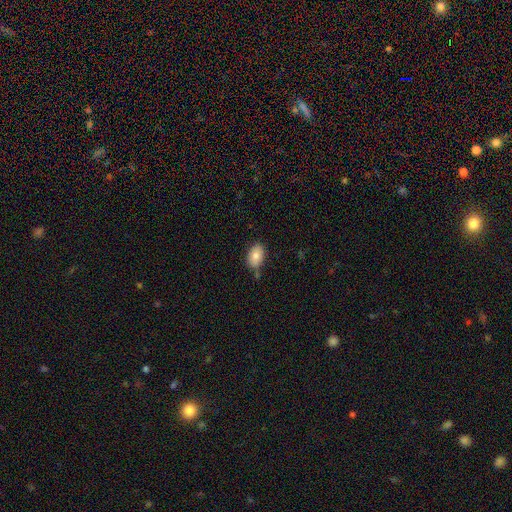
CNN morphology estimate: This is clearly a smooth galaxy (82%). How rounded: clearly in between (87%). Merging: likely none (73%).